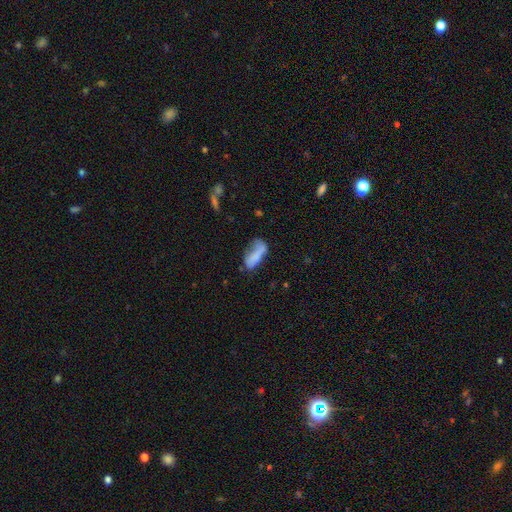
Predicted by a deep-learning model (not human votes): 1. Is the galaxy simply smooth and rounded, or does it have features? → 70% smooth, 20% featured or disk, 10% star or artifact.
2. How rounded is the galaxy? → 73% in between, 24% cigar-shaped, 3% round.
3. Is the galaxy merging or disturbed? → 32% none, 28% minor disturbance, 28% major disturbance, 12% merger.